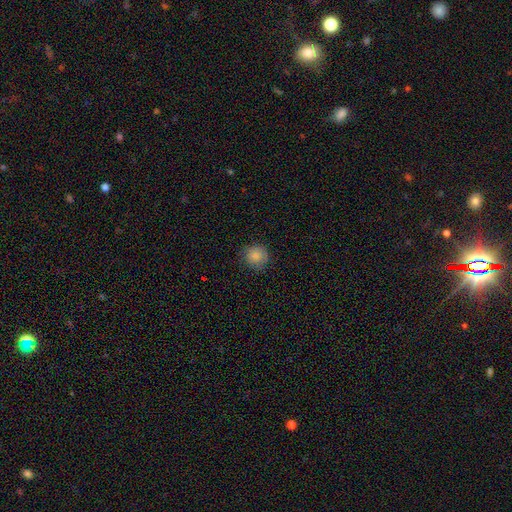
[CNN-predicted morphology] Smooth or featured? smooth (85%)
How rounded? round (92%)
Merging? none (84%)